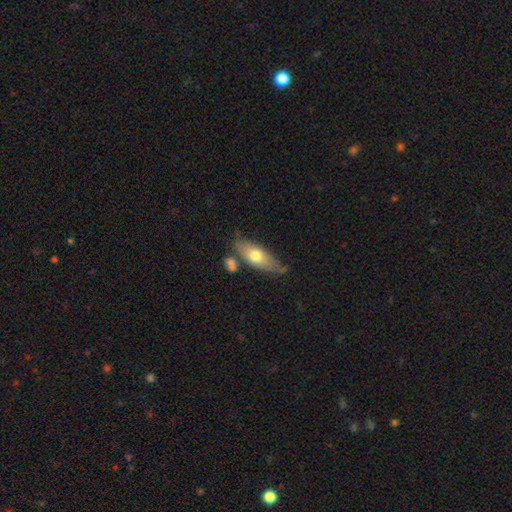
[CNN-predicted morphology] Smooth or featured?
  - smooth: 64% *
  - featured or disk: 31%
  - star or artifact: 6%
How rounded?
  - in between: 70% *
  - cigar-shaped: 27%
  - round: 3%
Merging?
  - none: 61% *
  - minor disturbance: 21%
  - merger: 12%
  - major disturbance: 5%